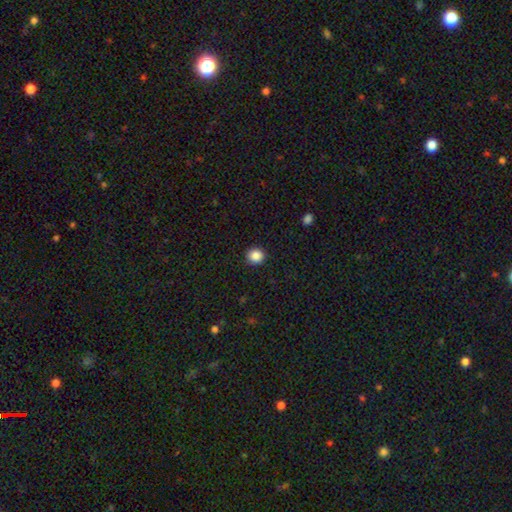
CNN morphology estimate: smooth-or-featured: smooth: 86% | star or artifact: 10% | featured or disk: 4%
  how-rounded: round: 90% | in between: 9% | cigar-shaped: 1%
  merging: none: 91% | minor disturbance: 6% | major disturbance: 2% | merger: 1%